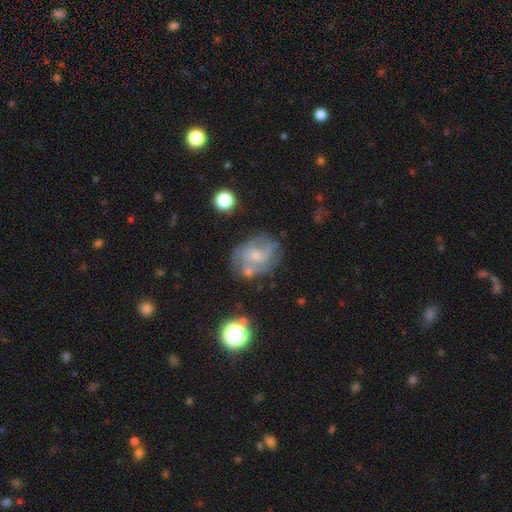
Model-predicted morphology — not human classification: This appears to be a featured or disk galaxy (74%) with no bar (61%), 2 (35%) medium (45%) spiral arms (85%) and a small central bulge (44%). Merging: none (57%).